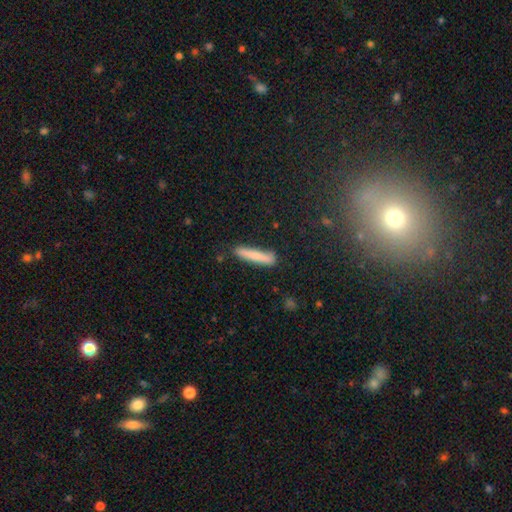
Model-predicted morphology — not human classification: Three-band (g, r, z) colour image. It shows a smooth galaxy with no disk features (75%) that is cigar-shaped (92%). Merging: none (83%).